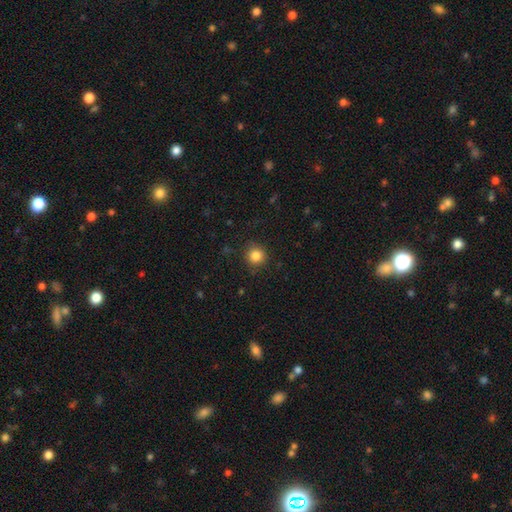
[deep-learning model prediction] A smooth galaxy with no disk features (85%) that is round (92%).

Vote fractions:
- Smooth or featured? smooth: 85% / star or artifact: 11% / featured or disk: 5%
- How rounded? round: 92% / in between: 7% / cigar-shaped: 1%
- Merging? none: 87% / minor disturbance: 9% / major disturbance: 3% / merger: 1%